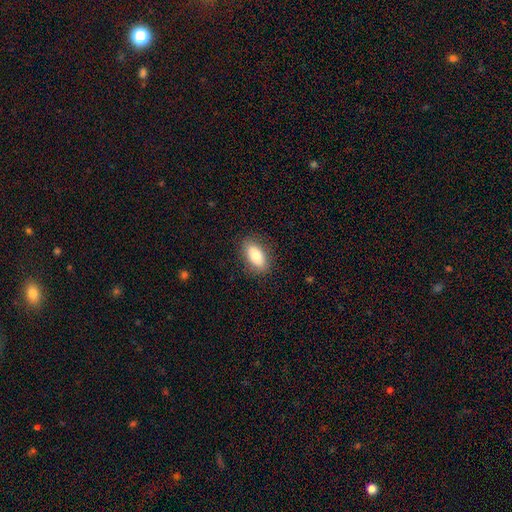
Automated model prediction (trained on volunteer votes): Smooth or featured: smooth — 79% (featured or disk — 14%)
How rounded: in between — 90% (cigar-shaped — 6%)
Merging: none — 85% (minor disturbance — 11%)